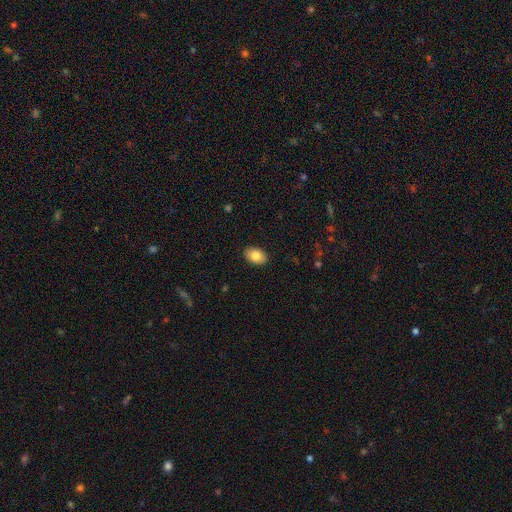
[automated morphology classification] Q: Smooth or featured?
A: smooth (83%); runner-up: featured or disk (9%)
Q: How rounded?
A: in between (86%); runner-up: round (13%)
Q: Merging?
A: none (90%); runner-up: minor disturbance (7%)